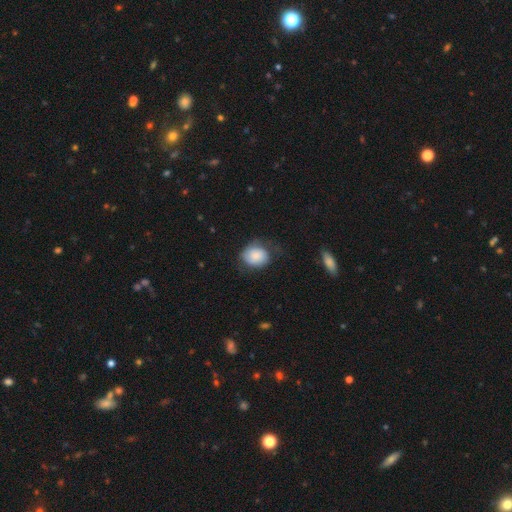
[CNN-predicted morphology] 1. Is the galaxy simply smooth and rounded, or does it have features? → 71% smooth, 22% featured or disk, 7% star or artifact.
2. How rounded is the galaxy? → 60% round, 39% in between, 1% cigar-shaped.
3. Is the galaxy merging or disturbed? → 53% none, 30% minor disturbance, 15% major disturbance, 2% merger.